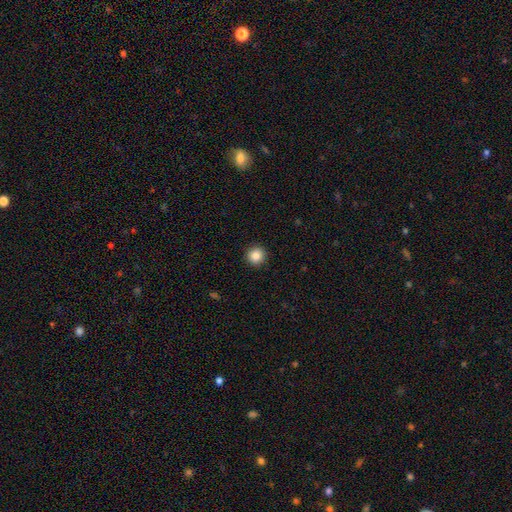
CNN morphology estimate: The model was most divided on "smooth or featured": smooth: 85%, star or artifact: 10%, featured or disk: 5%. More confident: how rounded — round (94%); merging — none (93%).